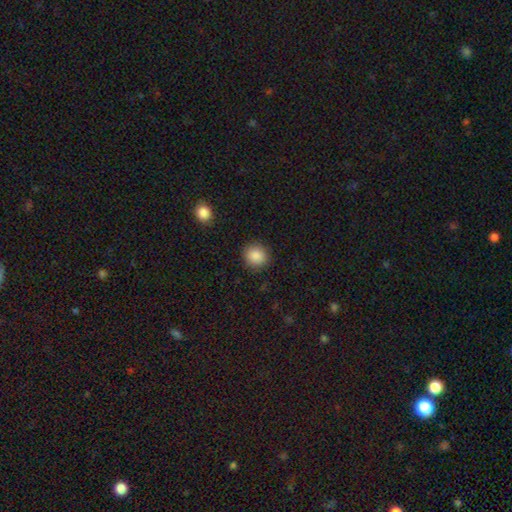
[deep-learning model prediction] Morphology: type=smooth (87%); roundness=round (89%); merging=none (90%).